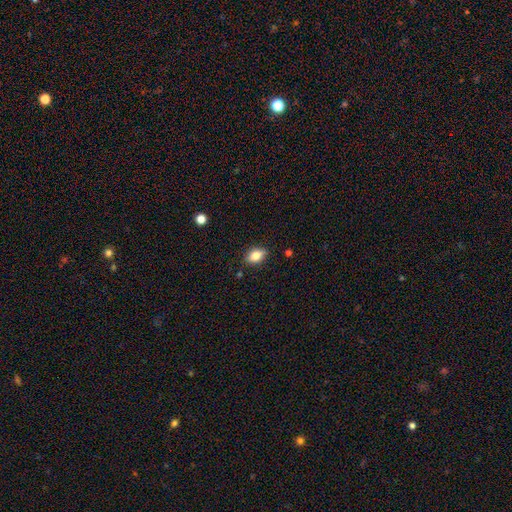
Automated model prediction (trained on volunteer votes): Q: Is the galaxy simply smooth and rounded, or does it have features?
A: smooth — 72%.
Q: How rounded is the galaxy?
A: in between — 79%.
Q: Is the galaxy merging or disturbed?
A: none — 83%.